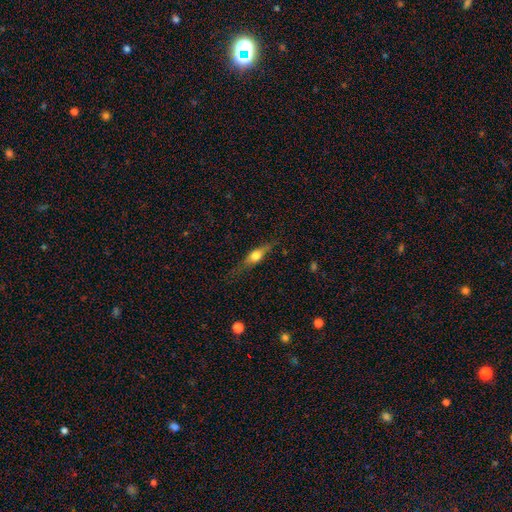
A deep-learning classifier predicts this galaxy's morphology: The model was most divided on "smooth or featured": smooth: 47%, featured or disk: 46%, star or artifact: 7%. More confident: merging — none (72%).